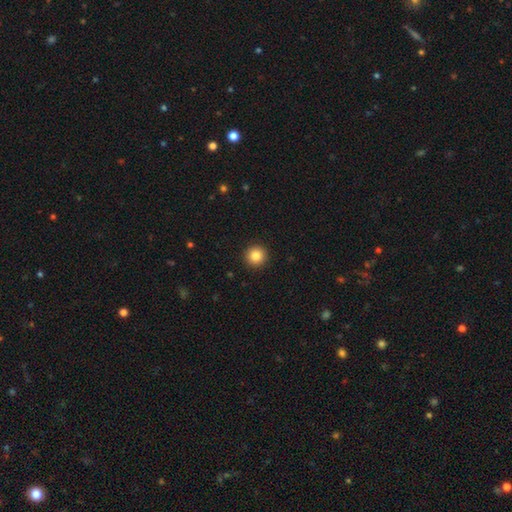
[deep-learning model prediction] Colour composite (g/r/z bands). It shows a smooth galaxy with no disk features (84%) that is round (96%). Merging: none (93%).